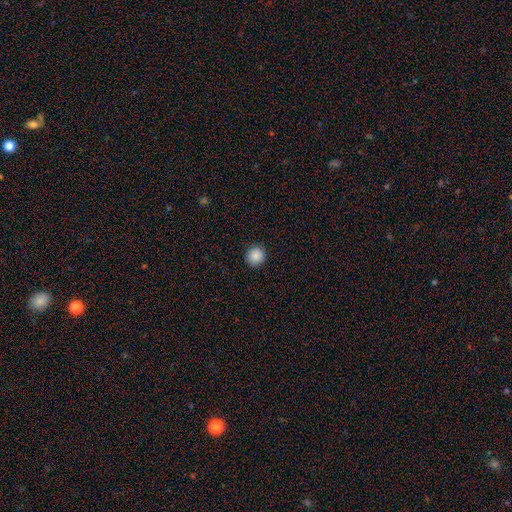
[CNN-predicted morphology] Q: Smooth or featured?
A: smooth (88%); runner-up: star or artifact (9%)
Q: How rounded?
A: round (94%); runner-up: in between (5%)
Q: Merging?
A: none (90%); runner-up: minor disturbance (7%)